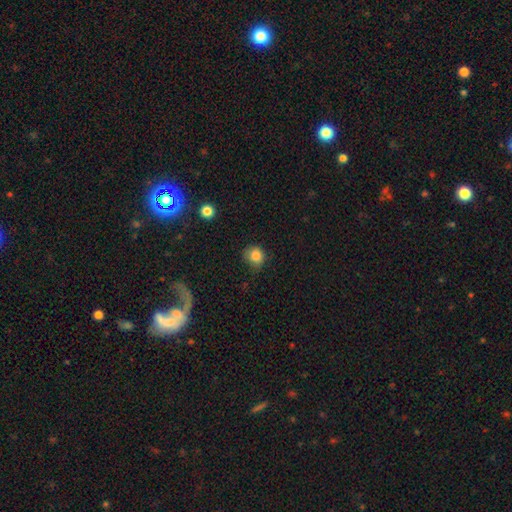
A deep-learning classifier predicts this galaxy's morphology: Smooth or featured? Predicted: smooth (p=0.84). How rounded? Predicted: round (p=0.82). Merging? Predicted: none (p=0.66).